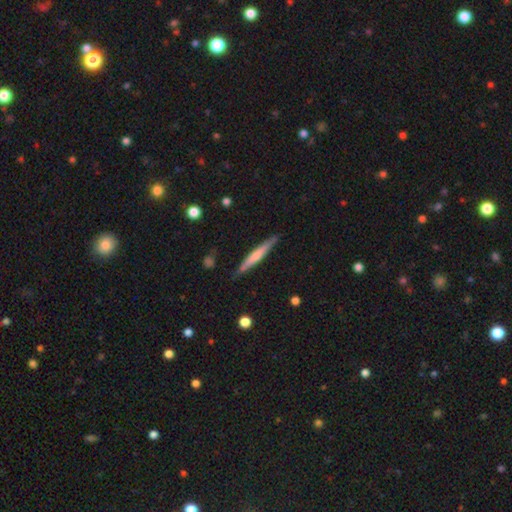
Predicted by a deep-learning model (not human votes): Smooth or featured?
  - smooth: 53% *
  - featured or disk: 42%
  - star or artifact: 5%
How rounded?
  - cigar-shaped: 95% *
  - in between: 4%
  - round: 1%
Merging?
  - none: 84% *
  - minor disturbance: 12%
  - major disturbance: 2%
  - merger: 2%